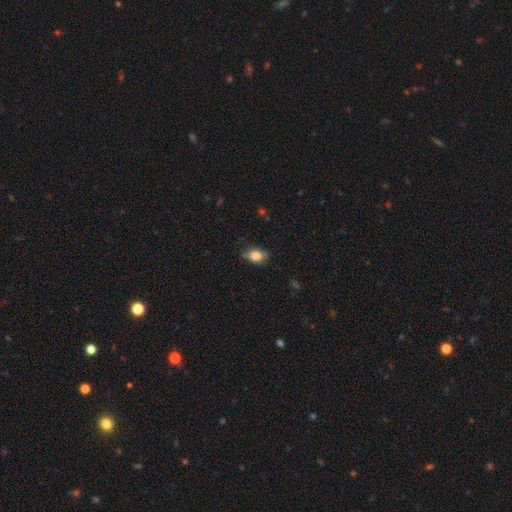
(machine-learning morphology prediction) type=smooth (80%); roundness=in between (76%); merging=none (68%).